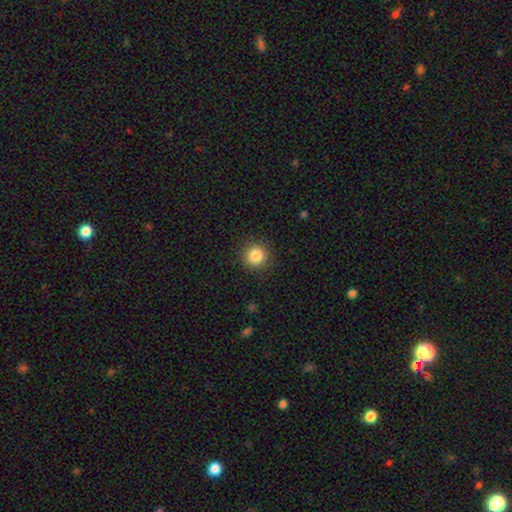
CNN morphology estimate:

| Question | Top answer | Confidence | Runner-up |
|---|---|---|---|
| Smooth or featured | smooth | 85% | star or artifact (11%) |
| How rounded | round | 94% | in between (5%) |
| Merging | none | 91% | minor disturbance (6%) |